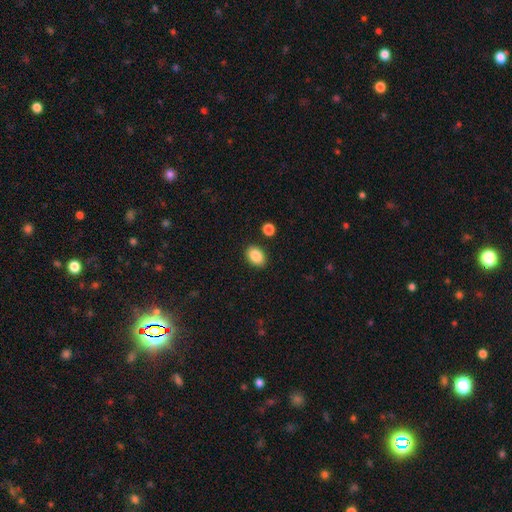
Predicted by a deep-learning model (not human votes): Smooth or featured: smooth — 88% (star or artifact — 8%)
How rounded: in between — 79% (round — 19%)
Merging: none — 87% (minor disturbance — 8%)